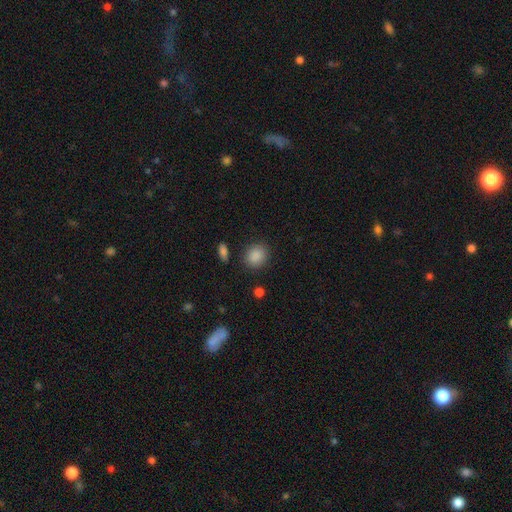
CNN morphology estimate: Smooth or featured? smooth (88%)
How rounded? round (67%)
Merging? none (85%)